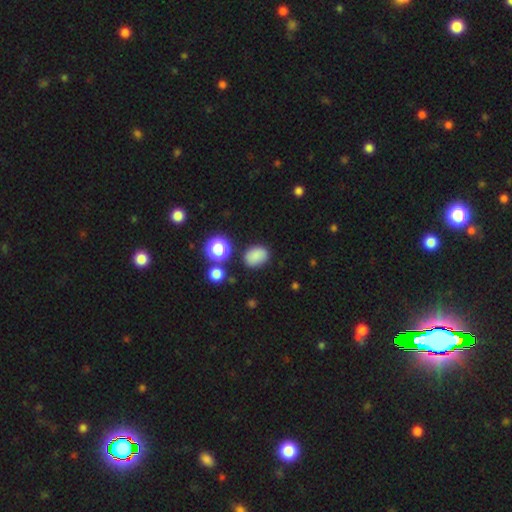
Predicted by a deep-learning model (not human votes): This appears to be a smooth galaxy with no disk features (82%) that is in between round and cigar-shaped (67%). Merging: none (80%).